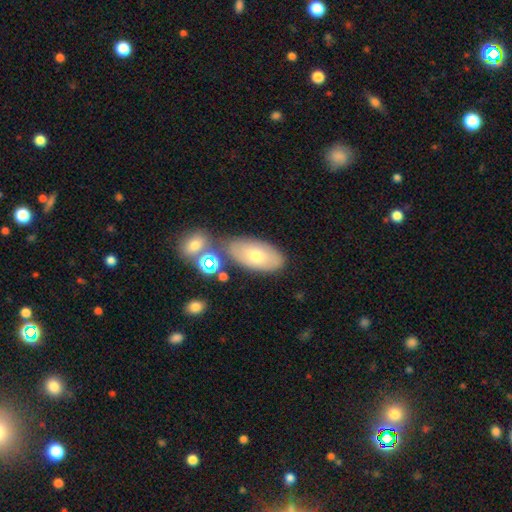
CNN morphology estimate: A smooth galaxy with no disk features (64%) that is in between round and cigar-shaped (92%).

Vote fractions:
- Smooth or featured? smooth: 64% / featured or disk: 27% / star or artifact: 9%
- How rounded? in between: 92% / round: 5% / cigar-shaped: 3%
- Merging? none: 68% / minor disturbance: 14% / merger: 14% / major disturbance: 4%